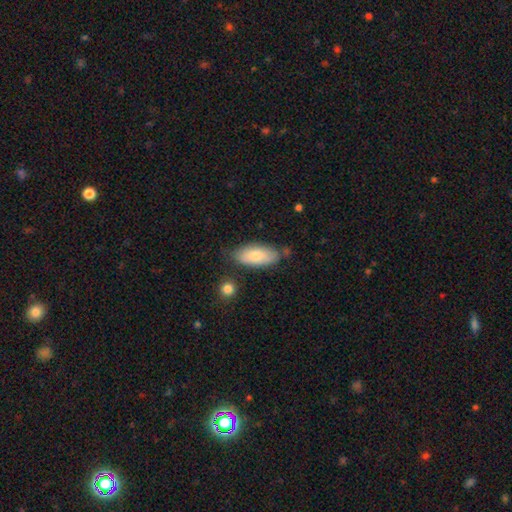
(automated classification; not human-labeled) smooth_or_featured: smooth (p=0.77) [alt: featured or disk p=0.17]
how_rounded: in between (p=0.88) [alt: cigar-shaped p=0.09]
merging: none (p=0.71) [alt: minor disturbance p=0.19]